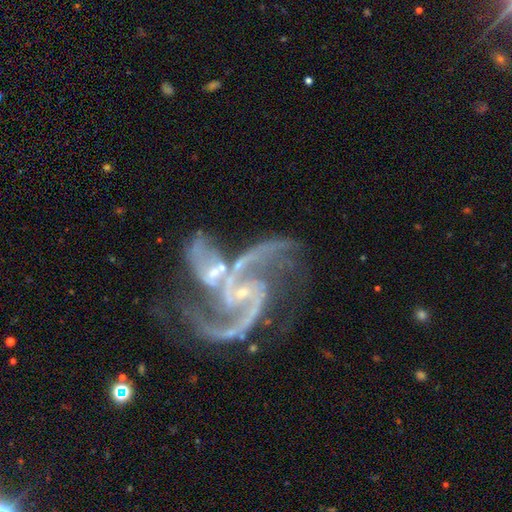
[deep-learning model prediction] Smooth or featured: featured or disk — 91% (star or artifact — 6%)
Edge-on disk: no — 98% (yes — 2%)
Bar: no — 43% (weak — 37%)
Spiral arms: yes — 97% (no — 3%)
Spiral winding: medium — 45% (loose — 44%)
Spiral arm count: 2 — 79% (3 — 8%)
Bulge size: small — 75% (moderate — 14%)
Merging: merger — 52% (none — 20%)